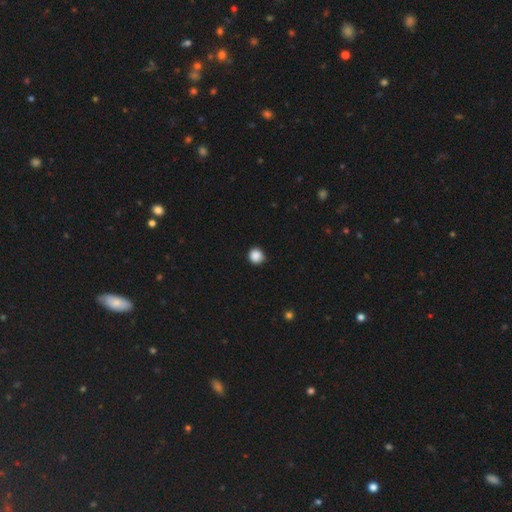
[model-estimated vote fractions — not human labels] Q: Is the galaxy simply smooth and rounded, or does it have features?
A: smooth — 88%.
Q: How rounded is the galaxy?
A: round — 90%.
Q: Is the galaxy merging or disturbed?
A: none — 90%.